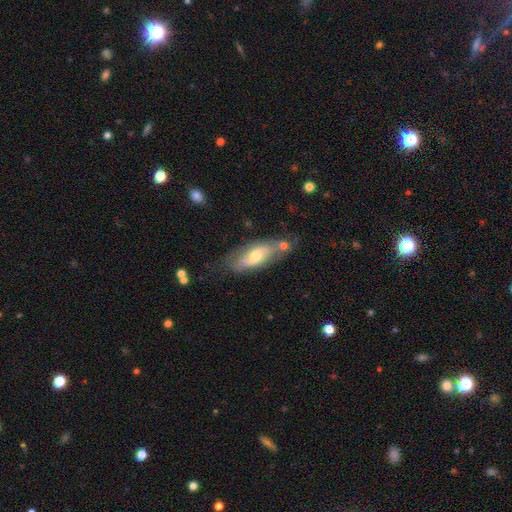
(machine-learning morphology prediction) Smooth or featured? Predicted: featured or disk (p=0.53). Edge-on disk? Predicted: no (p=0.77). Merging? Predicted: none (p=0.54).